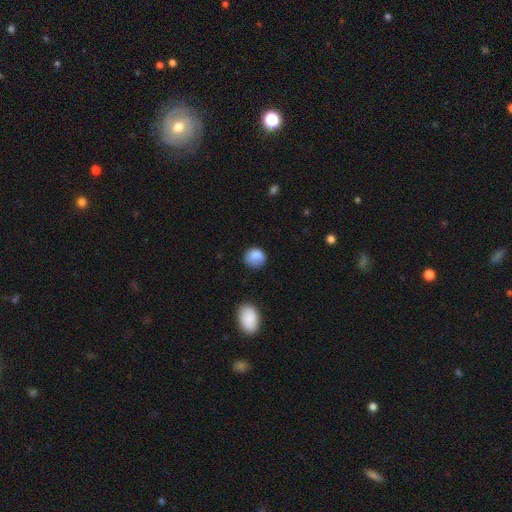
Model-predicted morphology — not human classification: smooth-or-featured: smooth: 85% | star or artifact: 8% | featured or disk: 7%
  how-rounded: round: 71% | in between: 28% | cigar-shaped: 1%
  merging: none: 66% | minor disturbance: 25% | major disturbance: 7% | merger: 2%